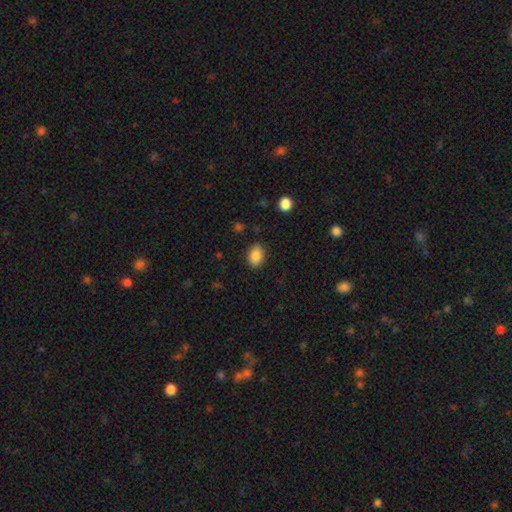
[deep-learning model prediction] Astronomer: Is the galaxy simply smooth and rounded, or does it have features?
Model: smooth — 86%.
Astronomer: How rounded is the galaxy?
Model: in between — 74%.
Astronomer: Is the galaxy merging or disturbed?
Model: none — 85%.